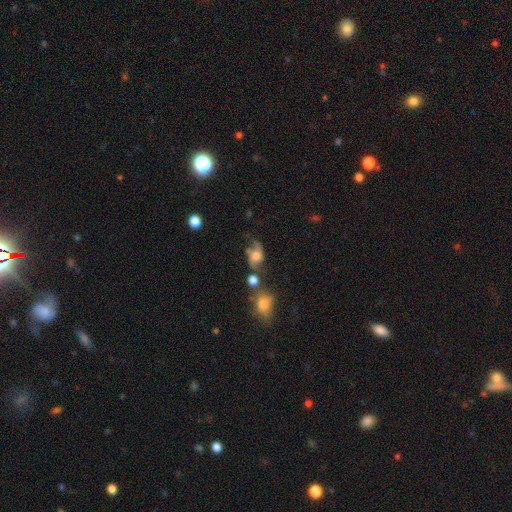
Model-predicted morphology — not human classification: featured or disk 55%, smooth 34%, star or artifact 11%. Down the decision tree: edge-on disk — no (95%); bar — no (69%); spiral arms — yes (84%); bulge size — moderate (34%); merging — none (41%).